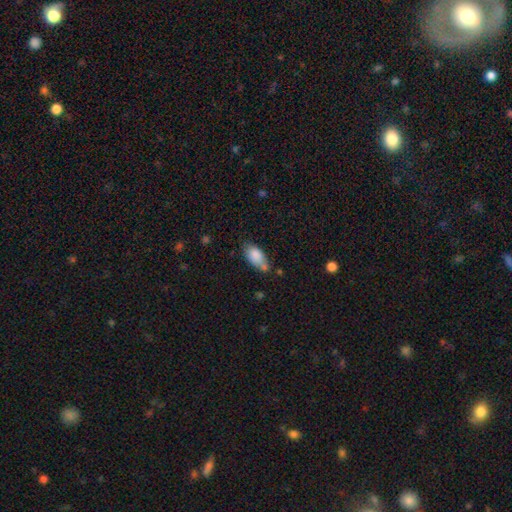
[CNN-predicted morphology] type=smooth (83%); roundness=in between (89%); merging=none (55%).